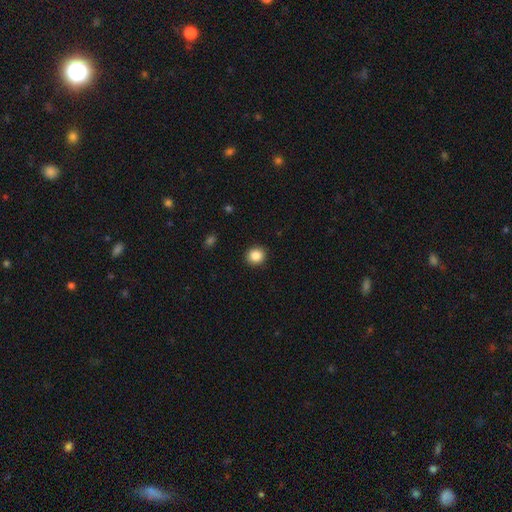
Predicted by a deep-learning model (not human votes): Smooth or featured? Predicted: smooth (p=0.87). How rounded? Predicted: round (p=0.88). Merging? Predicted: none (p=0.92).